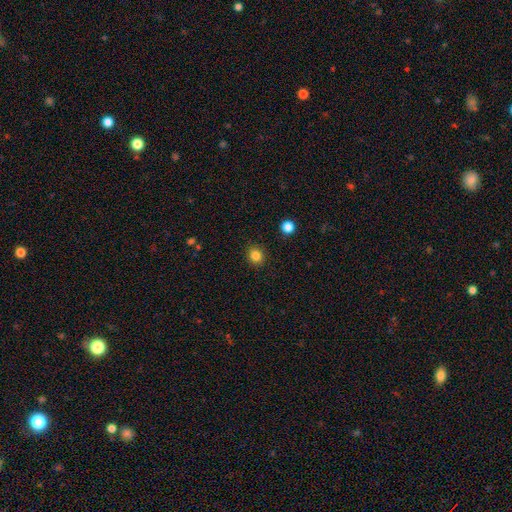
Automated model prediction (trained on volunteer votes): smooth_or_featured: smooth (p=0.84) [alt: star or artifact p=0.12]
how_rounded: round (p=0.81) [alt: in between p=0.18]
merging: none (p=0.90) [alt: minor disturbance p=0.06]